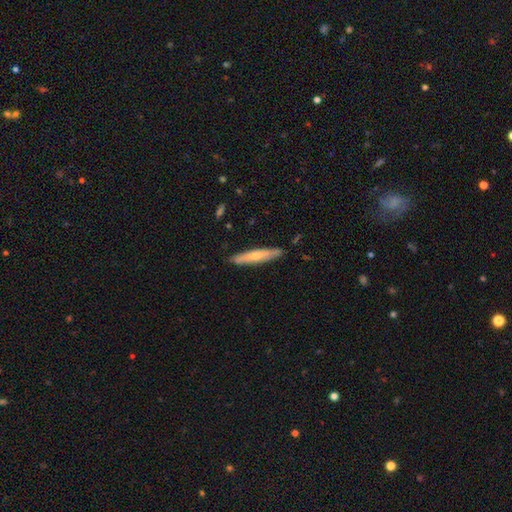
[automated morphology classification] Smooth or featured? smooth (55%)
How rounded? cigar-shaped (91%)
Merging? none (86%)